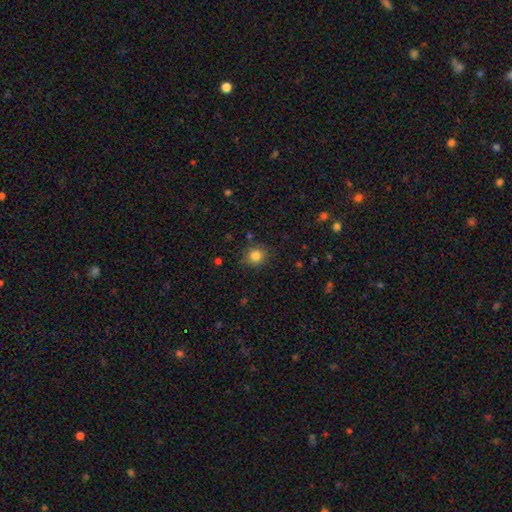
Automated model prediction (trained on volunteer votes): Morphology: type=smooth (83%); roundness=round (85%); merging=none (85%).